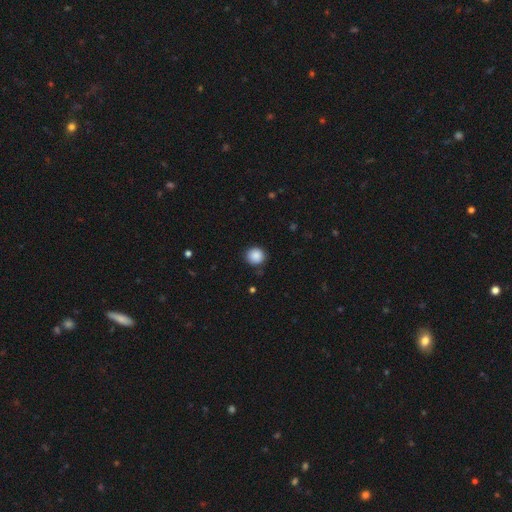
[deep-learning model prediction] Smooth or featured?
  - smooth: 88% *
  - star or artifact: 9%
  - featured or disk: 3%
How rounded?
  - round: 90% *
  - in between: 9%
  - cigar-shaped: 1%
Merging?
  - none: 87% *
  - minor disturbance: 9%
  - major disturbance: 2%
  - merger: 1%